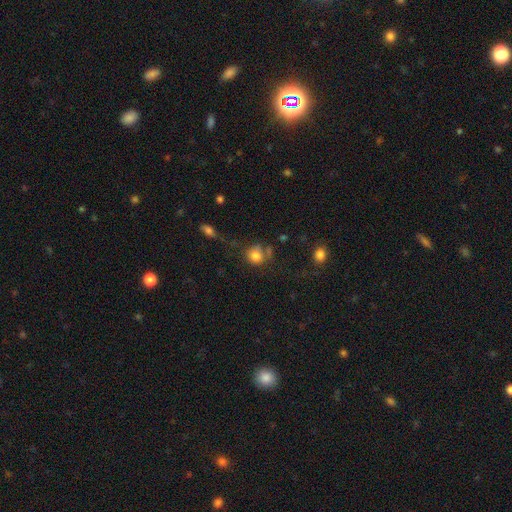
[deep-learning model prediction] This appears to be a smooth galaxy with no disk features (80%) that is round (77%). Merging: none (55%).